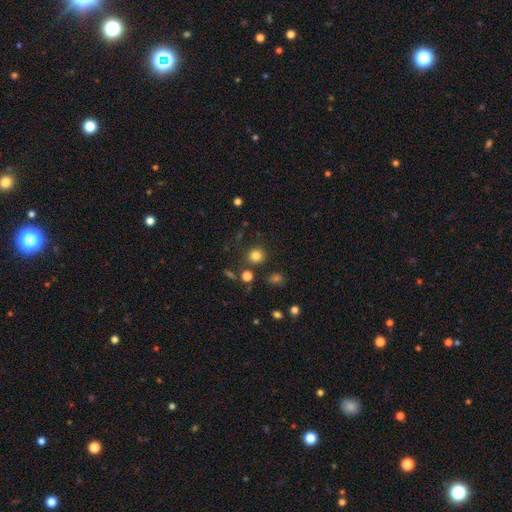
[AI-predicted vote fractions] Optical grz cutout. It shows a smooth galaxy with no disk features (81%) that is round (90%). Merging: none (84%).